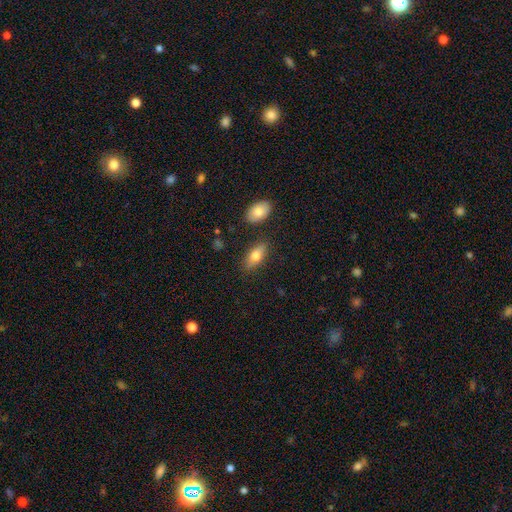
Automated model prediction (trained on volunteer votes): smooth 72%, featured or disk 21%, star or artifact 7%. Down the decision tree: how rounded — in between (82%); merging — none (82%).